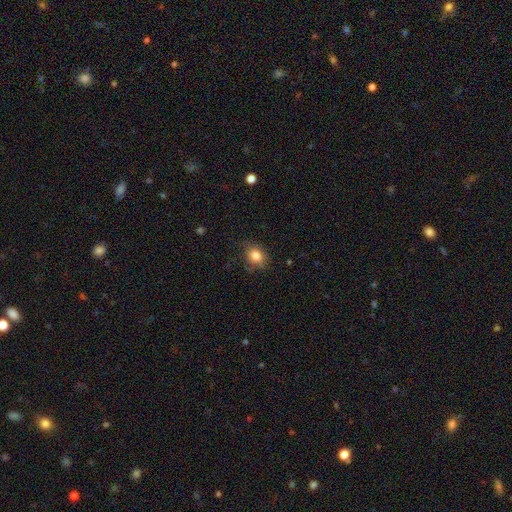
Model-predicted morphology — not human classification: Overall: smooth (83%). How rounded: round (55%; in between 44%). Merging: none (72%).